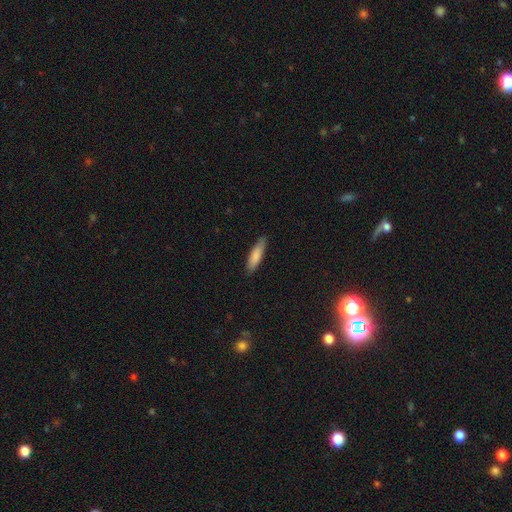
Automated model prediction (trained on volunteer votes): This is clearly a smooth galaxy (83%). How rounded: likely cigar-shaped (69%). Merging: clearly none (85%).